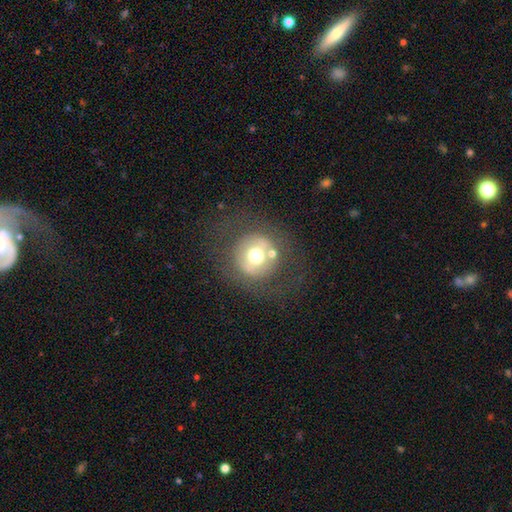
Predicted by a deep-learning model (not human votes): A smooth galaxy with no disk features (52%) that is round (92%).

Vote fractions:
- Smooth or featured? smooth: 52% / featured or disk: 36% / star or artifact: 12%
- How rounded? round: 92% / in between: 7% / cigar-shaped: 1%
- Merging? none: 70% / minor disturbance: 12% / major disturbance: 11% / merger: 7%